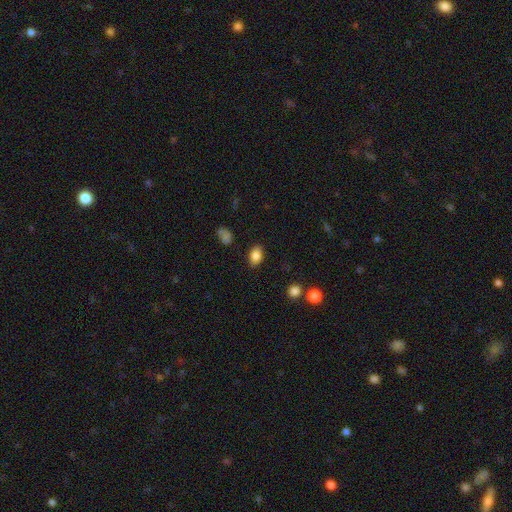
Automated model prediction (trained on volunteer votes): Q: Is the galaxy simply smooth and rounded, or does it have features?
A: smooth — 84%.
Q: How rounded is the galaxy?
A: in between — 86%.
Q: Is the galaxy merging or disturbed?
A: none — 86%.